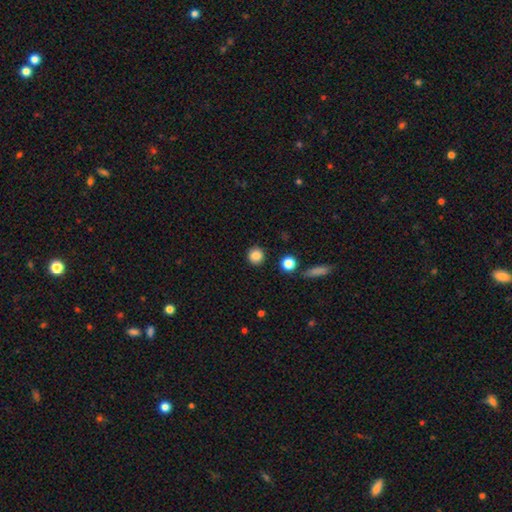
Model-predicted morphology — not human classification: Q: Smooth or featured?
A: smooth (85%); runner-up: star or artifact (10%)
Q: How rounded?
A: round (93%); runner-up: in between (6%)
Q: Merging?
A: none (90%); runner-up: minor disturbance (6%)